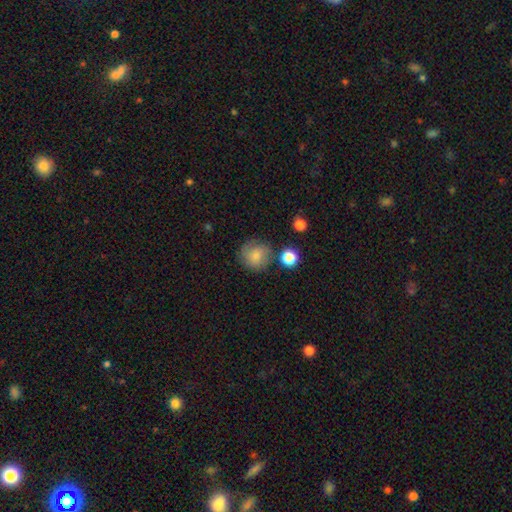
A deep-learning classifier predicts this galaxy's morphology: smooth-or-featured: smooth: 75% | featured or disk: 16% | star or artifact: 10%
  how-rounded: round: 88% | in between: 11% | cigar-shaped: 1%
  merging: none: 70% | minor disturbance: 18% | major disturbance: 7% | merger: 5%